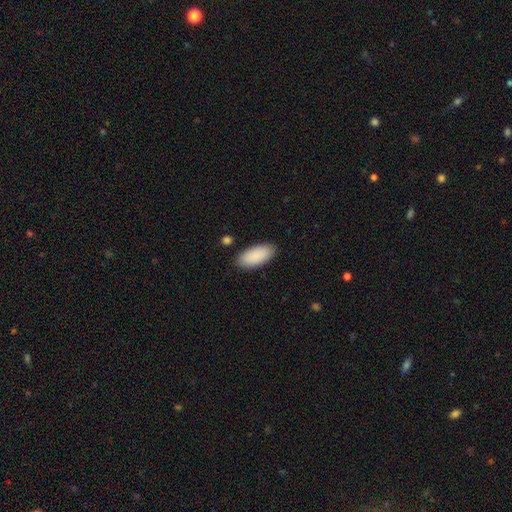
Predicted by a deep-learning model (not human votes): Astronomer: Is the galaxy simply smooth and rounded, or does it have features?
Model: smooth — 90%.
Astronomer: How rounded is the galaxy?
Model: in between — 91%.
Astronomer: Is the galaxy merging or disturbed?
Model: none — 87%.